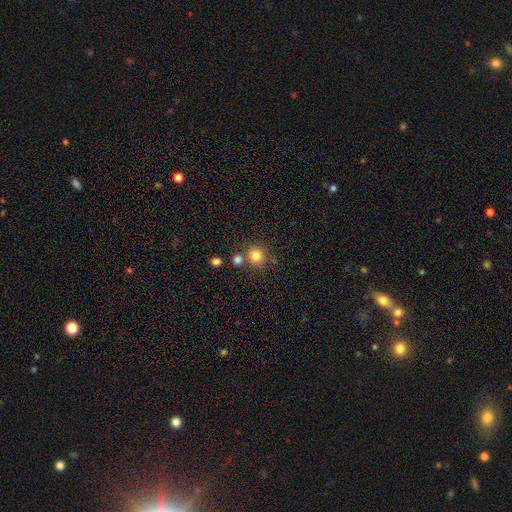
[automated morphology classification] This appears to be a smooth galaxy with no disk features (81%) that is round (89%). Merging: none (72%).